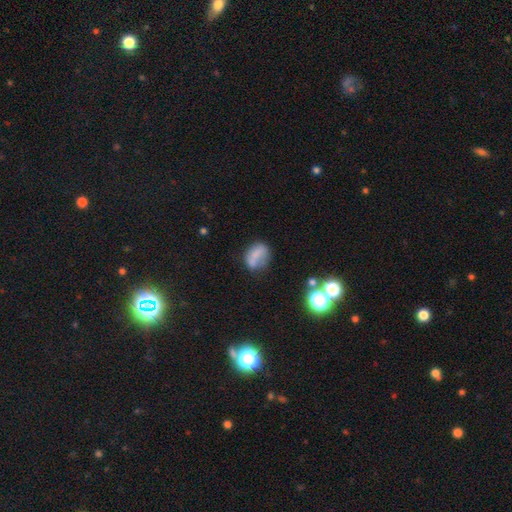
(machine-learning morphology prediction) Smooth or featured: smooth — 70% (featured or disk — 19%)
How rounded: in between — 71% (round — 26%)
Merging: none — 49% (minor disturbance — 29%)